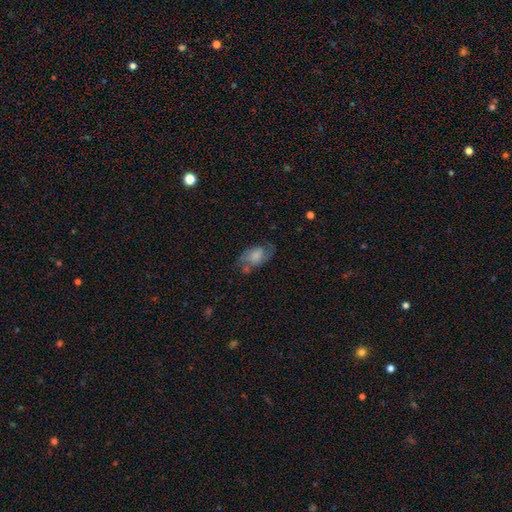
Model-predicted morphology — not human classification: This appears to be a smooth galaxy with no disk features (49%). Merging: none (52%).